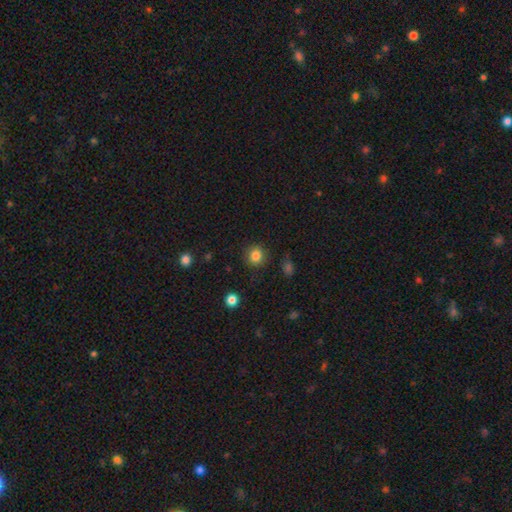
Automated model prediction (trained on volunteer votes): Overall: smooth (83%). How rounded: round (89%). Merging: none (88%).